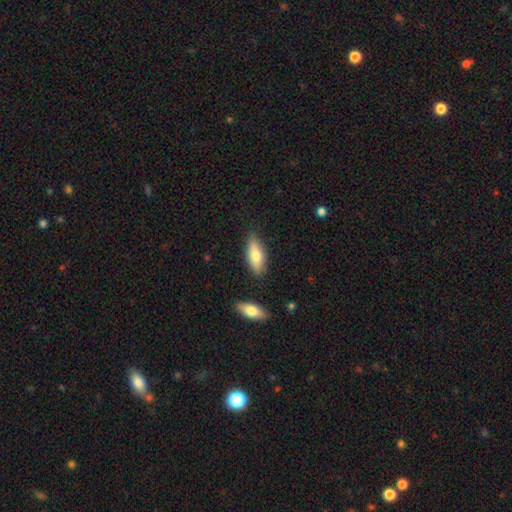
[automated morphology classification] Smooth or featured? smooth (73%)
How rounded? in between (72%)
Merging? none (79%)